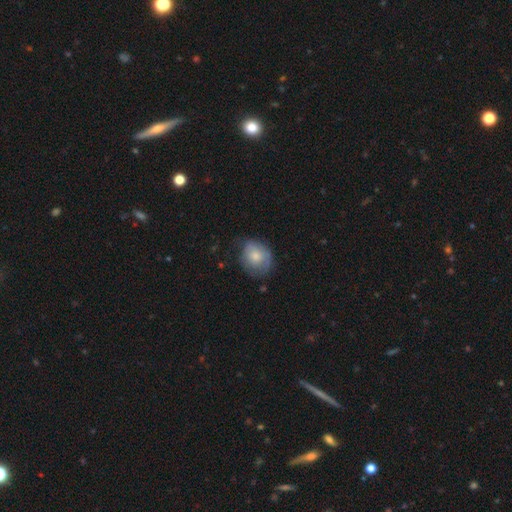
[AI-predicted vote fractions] A smooth galaxy with no disk features (70%) that is round (66%). Merging: none (55%).